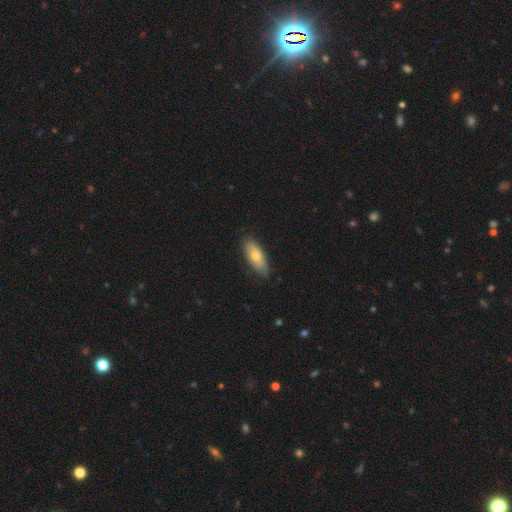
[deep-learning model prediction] A smooth galaxy with no disk features (71%) that is in between round and cigar-shaped (74%).

Vote fractions:
- Smooth or featured? smooth: 71% / featured or disk: 23% / star or artifact: 6%
- How rounded? in between: 74% / cigar-shaped: 23% / round: 2%
- Merging? none: 83% / minor disturbance: 13% / major disturbance: 2% / merger: 1%